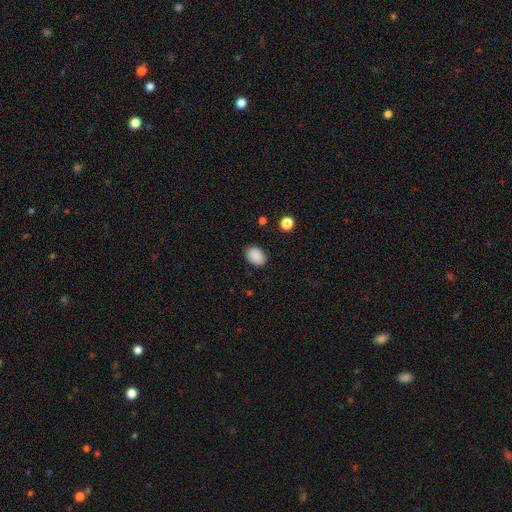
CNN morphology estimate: smooth-or-featured: smooth: 89% | star or artifact: 8% | featured or disk: 3%
  how-rounded: in between: 78% | round: 21% | cigar-shaped: 1%
  merging: none: 87% | minor disturbance: 10% | major disturbance: 3% | merger: 1%